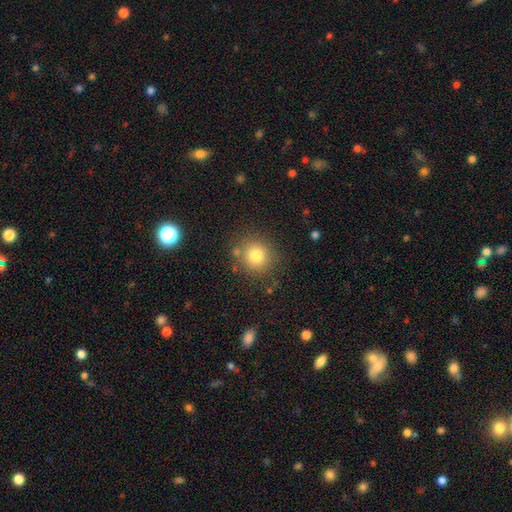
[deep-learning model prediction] The model was most divided on "smooth or featured": smooth: 79%, star or artifact: 12%, featured or disk: 8%. More confident: how rounded — round (88%); merging — none (81%).